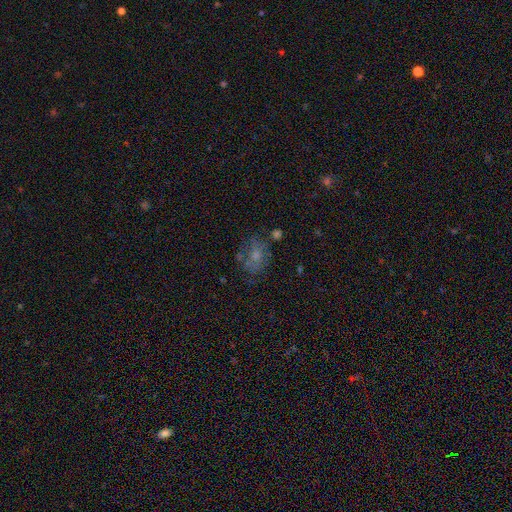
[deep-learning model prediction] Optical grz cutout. It shows a smooth galaxy with no disk features (48%). Merging: none (52%).